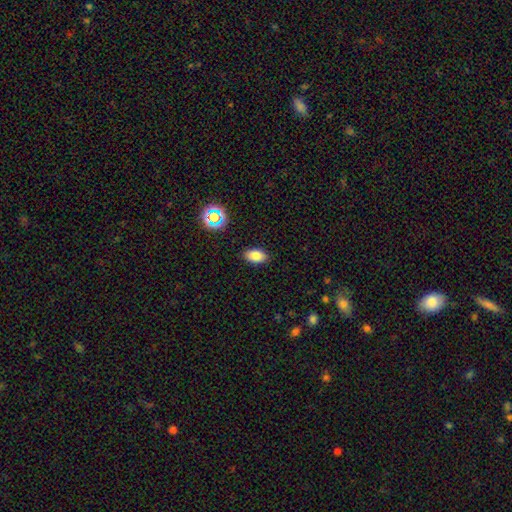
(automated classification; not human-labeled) This is clearly a smooth galaxy (80%). How rounded: clearly in between (91%). Merging: clearly none (87%).